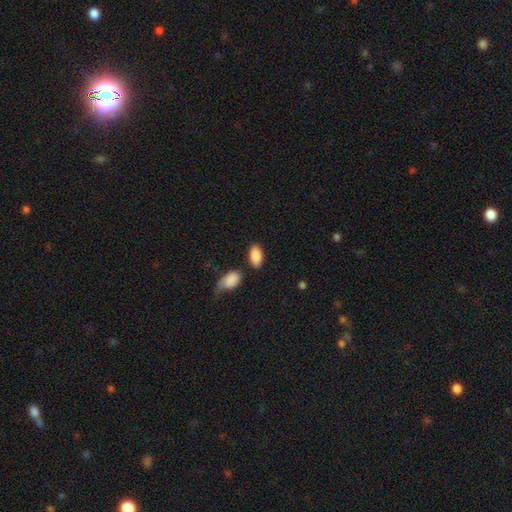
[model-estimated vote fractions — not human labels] smooth_or_featured: smooth (p=0.87) [alt: star or artifact p=0.07]
how_rounded: in between (p=0.93) [alt: round p=0.03]
merging: none (p=0.73) [alt: minor disturbance p=0.14]